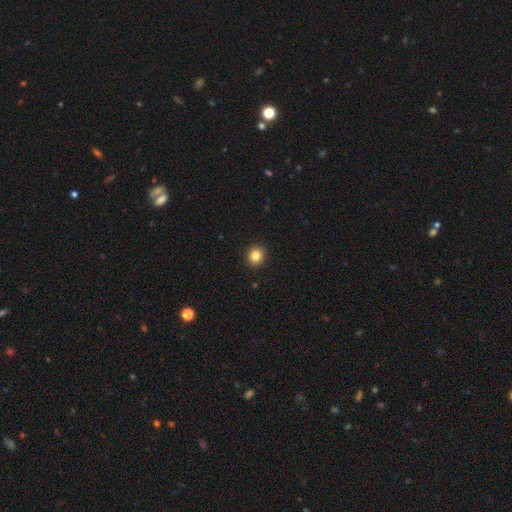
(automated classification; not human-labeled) A smooth galaxy with no disk features (84%) that is round (87%).

Vote fractions:
- Smooth or featured? smooth: 84% / star or artifact: 11% / featured or disk: 5%
- How rounded? round: 87% / in between: 12% / cigar-shaped: 1%
- Merging? none: 93% / minor disturbance: 5% / major disturbance: 2% / merger: 1%